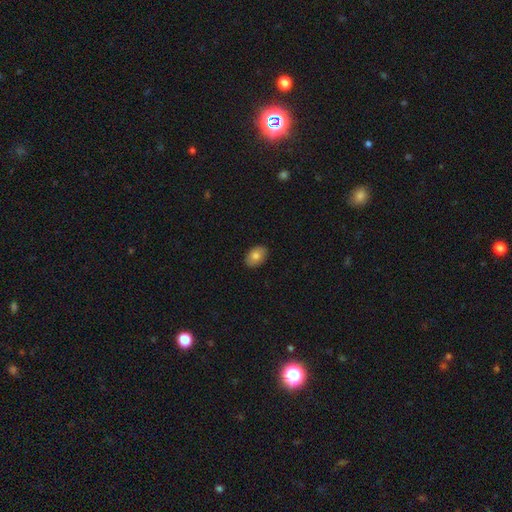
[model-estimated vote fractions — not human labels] Q: Smooth or featured?
A: smooth (81%); runner-up: featured or disk (12%)
Q: How rounded?
A: in between (87%); runner-up: round (12%)
Q: Merging?
A: none (89%); runner-up: minor disturbance (8%)